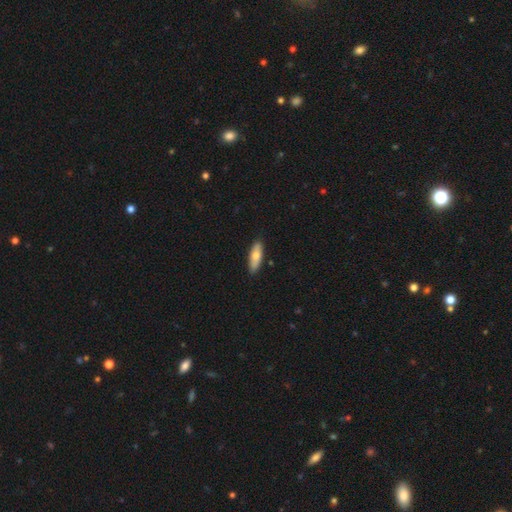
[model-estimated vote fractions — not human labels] Overall: smooth (70%). How rounded: in between (58%; cigar-shaped 39%). Merging: none (89%).